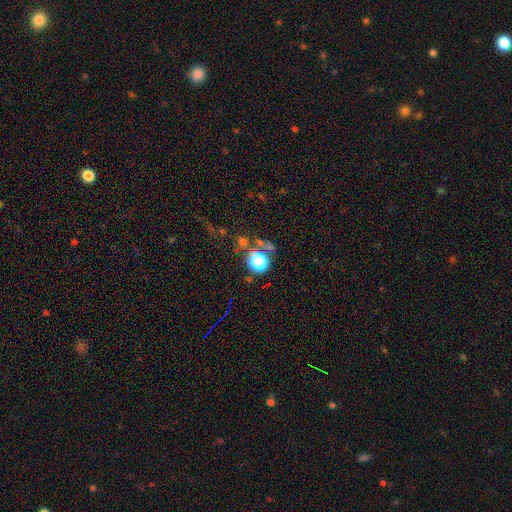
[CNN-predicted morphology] smooth_or_featured: star or artifact (p=0.66) [alt: smooth p=0.24]